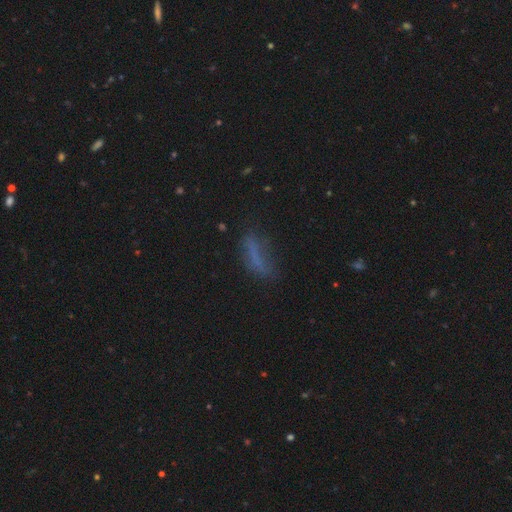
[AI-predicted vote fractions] smooth 58%, featured or disk 25%, star or artifact 16%. Down the decision tree: how rounded — cigar-shaped (58%); merging — none (51%).